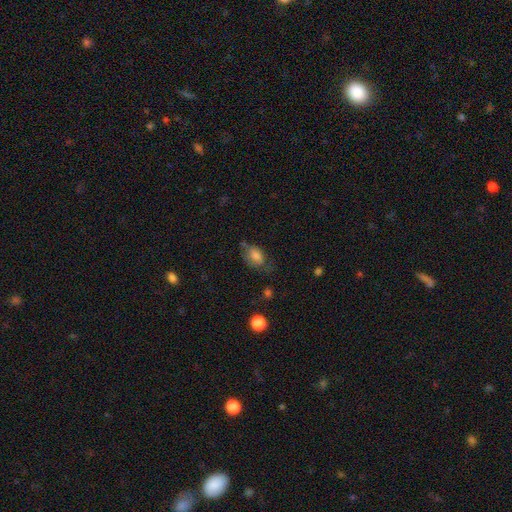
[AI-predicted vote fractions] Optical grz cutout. It shows a smooth galaxy with no disk features (76%) that is in between round and cigar-shaped (83%). Merging: none (53%).